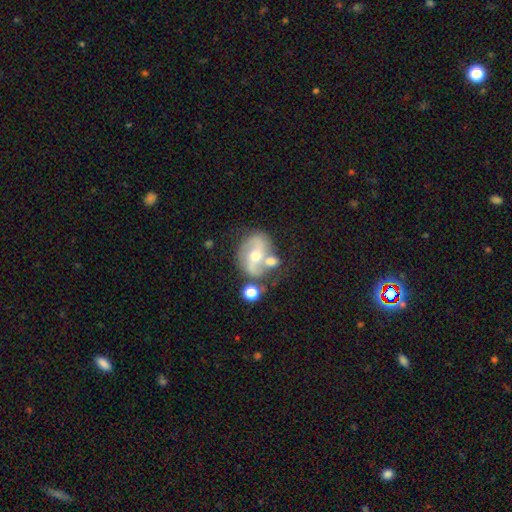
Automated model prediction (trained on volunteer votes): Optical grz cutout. It shows a featured or disk galaxy (76%) with no bar (43%), 2 (87%) medium (47%) spiral arms (87%) and a moderate central bulge (65%). Merging: none (50%).